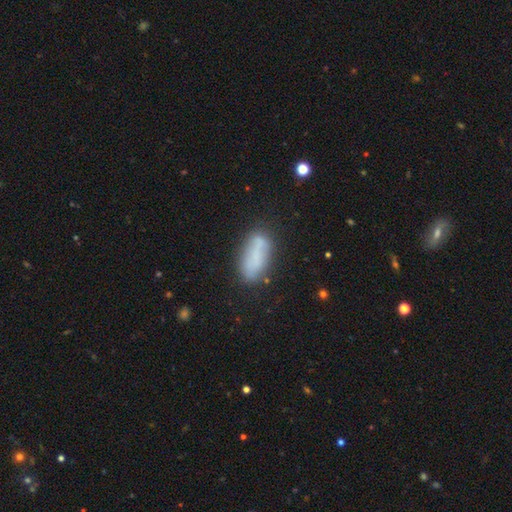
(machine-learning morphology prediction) The model was most divided on "smooth or featured": smooth: 66%, featured or disk: 24%, star or artifact: 10%. More confident: how rounded — in between (75%); merging — none (66%).